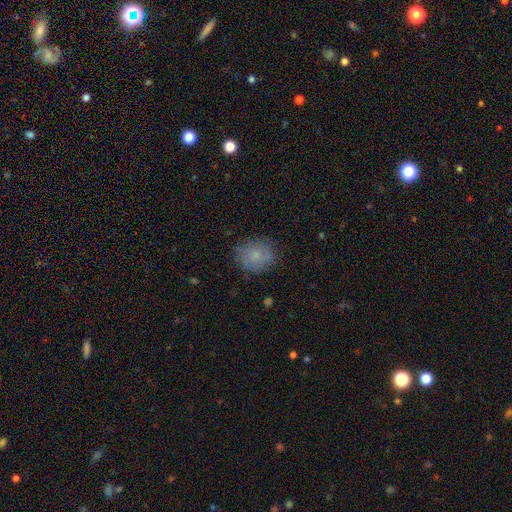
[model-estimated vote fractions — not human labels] This is likely a smooth galaxy (77%). How rounded: likely round (76%). Merging: likely none (77%).